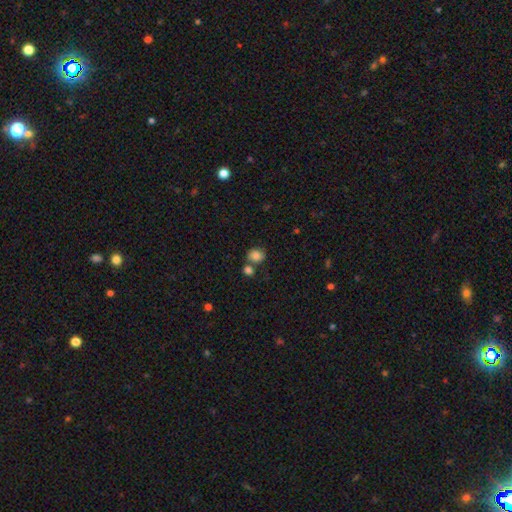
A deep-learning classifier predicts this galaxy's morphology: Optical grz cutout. It shows a smooth galaxy with no disk features (80%) that is round (69%). Merging: none (58%).